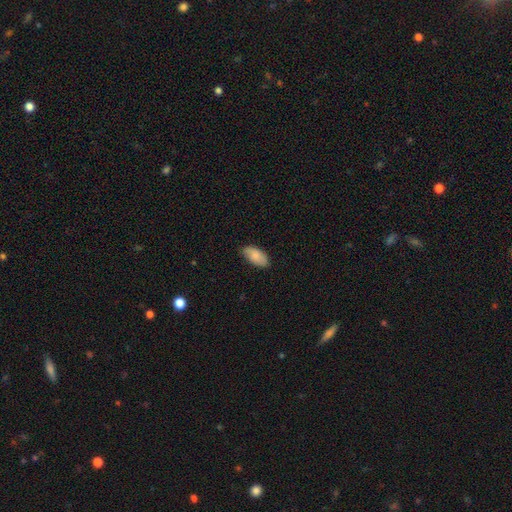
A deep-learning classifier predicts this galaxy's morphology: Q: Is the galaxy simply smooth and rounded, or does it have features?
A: smooth — 85%.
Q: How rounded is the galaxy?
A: in between — 94%.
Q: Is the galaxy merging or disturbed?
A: none — 83%.